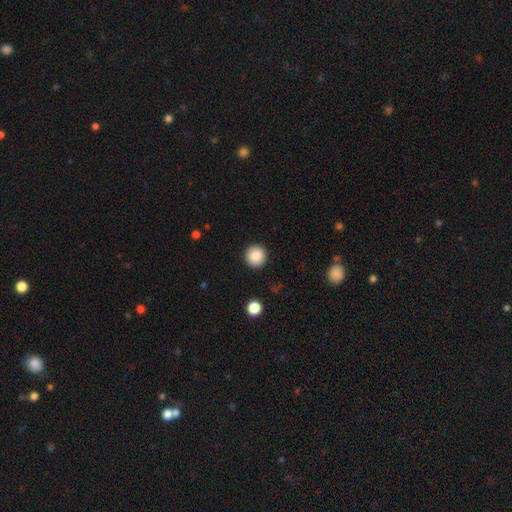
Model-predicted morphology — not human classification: This appears to be a smooth galaxy with no disk features (85%) that is round (96%). Merging: none (93%).